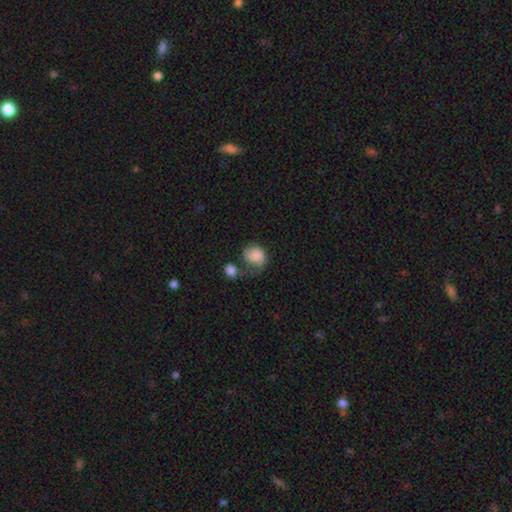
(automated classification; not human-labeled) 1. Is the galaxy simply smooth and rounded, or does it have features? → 79% smooth, 14% featured or disk, 7% star or artifact.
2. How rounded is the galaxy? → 62% round, 37% in between, 1% cigar-shaped.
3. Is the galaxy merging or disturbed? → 32% none, 26% minor disturbance, 22% major disturbance, 19% merger.